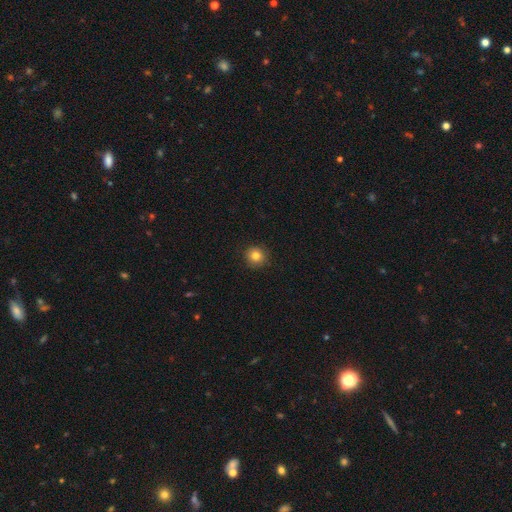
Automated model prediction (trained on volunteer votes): Smooth or featured?
  - smooth: 82% *
  - star or artifact: 12%
  - featured or disk: 7%
How rounded?
  - round: 93% *
  - in between: 6%
  - cigar-shaped: 1%
Merging?
  - none: 91% *
  - minor disturbance: 6%
  - major disturbance: 2%
  - merger: 1%